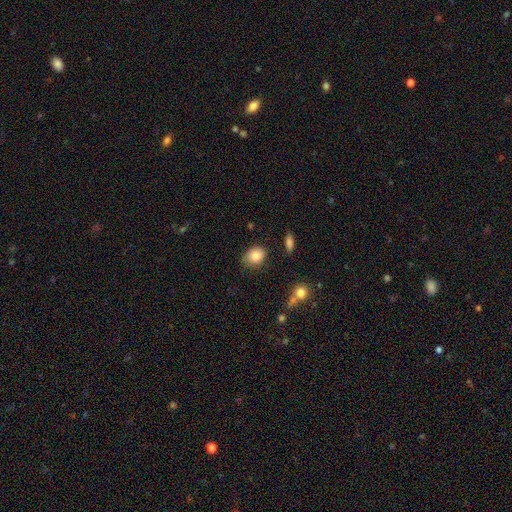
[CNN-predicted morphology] A smooth galaxy with no disk features (84%) that is in between round and cigar-shaped (50%). Merging: none (75%).